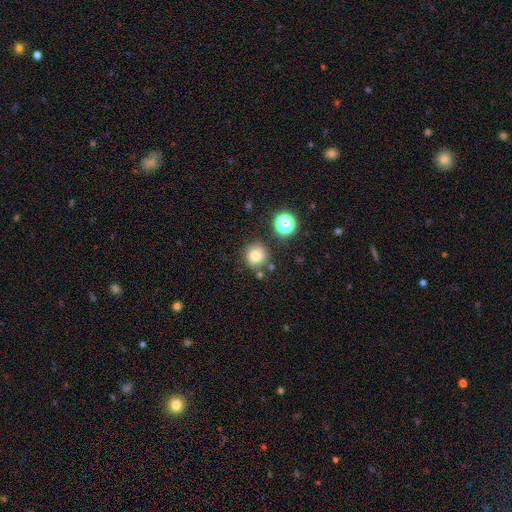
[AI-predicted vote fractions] A smooth galaxy with no disk features (74%) that is round (90%). Merging: none (72%).